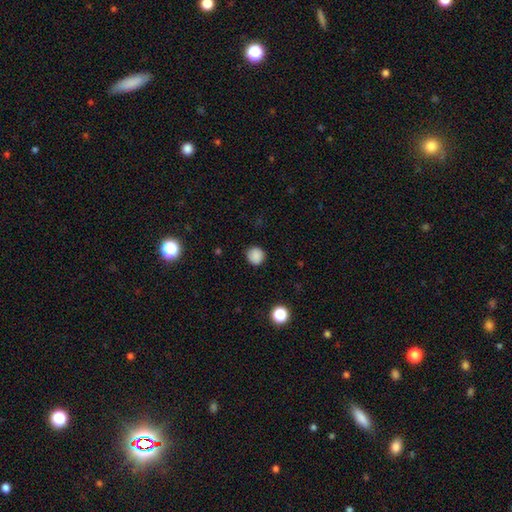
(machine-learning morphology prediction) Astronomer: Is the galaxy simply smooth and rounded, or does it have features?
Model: smooth — 86%.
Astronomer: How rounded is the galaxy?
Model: round — 92%.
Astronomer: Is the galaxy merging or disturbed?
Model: none — 86%.